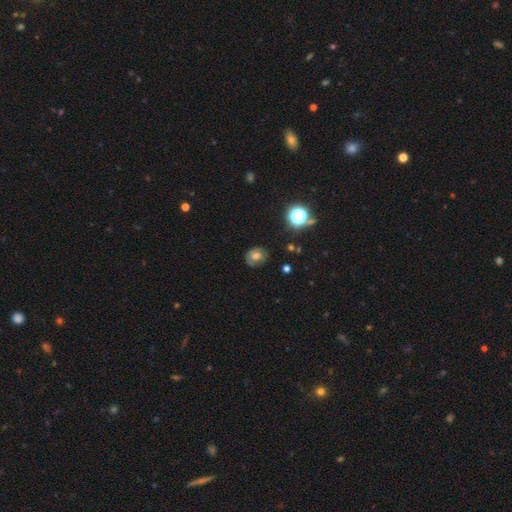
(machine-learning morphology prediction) Smooth or featured? smooth (60%)
How rounded? round (65%)
Merging? none (71%)